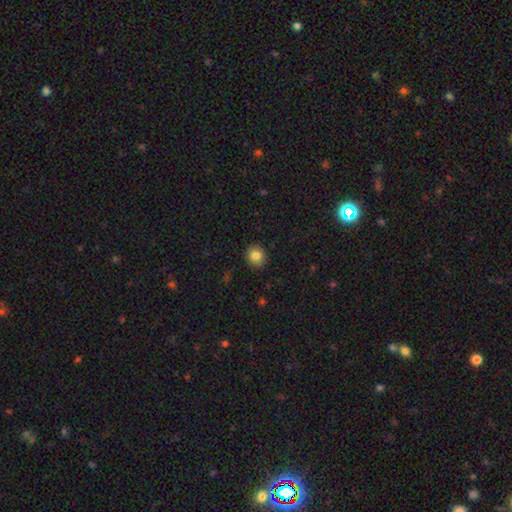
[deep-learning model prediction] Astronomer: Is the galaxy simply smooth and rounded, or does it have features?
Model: smooth — 83%.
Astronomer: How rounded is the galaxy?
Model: round — 79%.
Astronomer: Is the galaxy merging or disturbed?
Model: none — 90%.